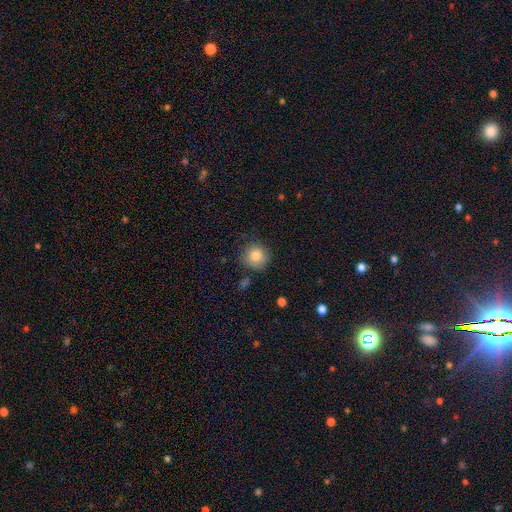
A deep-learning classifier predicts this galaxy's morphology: Smooth or featured? Predicted: smooth (p=0.84). How rounded? Predicted: round (p=0.92). Merging? Predicted: none (p=0.83).